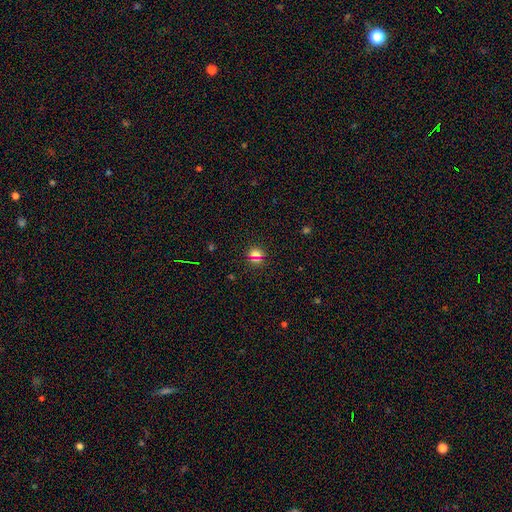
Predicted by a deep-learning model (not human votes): Smooth or featured? Predicted: smooth (p=0.60). How rounded? Predicted: round (p=0.88). Merging? Predicted: none (p=0.86).